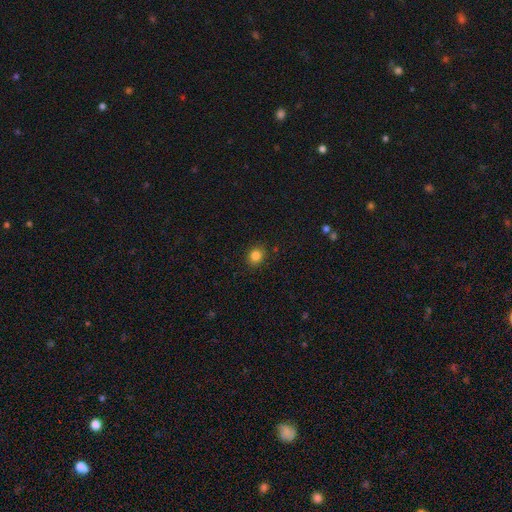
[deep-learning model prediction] Smooth or featured? smooth (83%)
How rounded? round (70%)
Merging? none (88%)